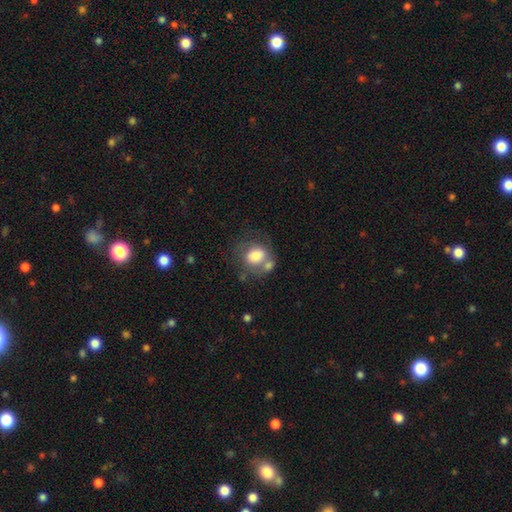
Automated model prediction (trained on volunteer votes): The model was most divided on "merging": none: 39%, merger: 31%, minor disturbance: 17%, major disturbance: 12%. More confident: smooth or featured — smooth (75%); how rounded — round (57%).